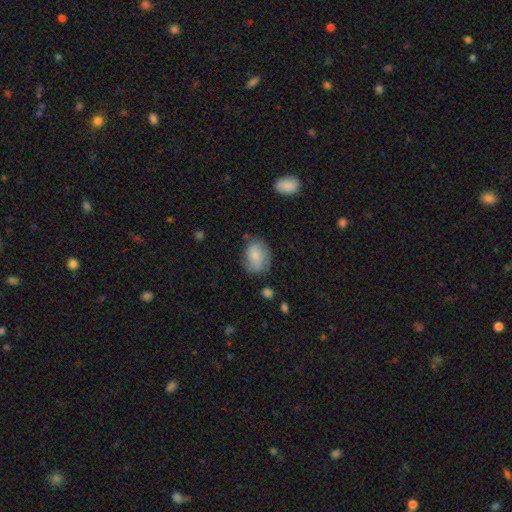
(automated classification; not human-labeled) The model was most divided on "how rounded": in between: 66%, round: 33%, cigar-shaped: 1%. More confident: smooth or featured — smooth (76%); merging — none (61%).